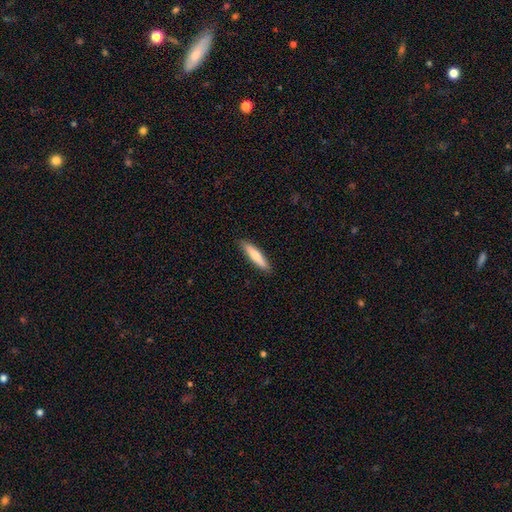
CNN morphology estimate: type=smooth (70%); roundness=cigar-shaped (82%); merging=none (89%).